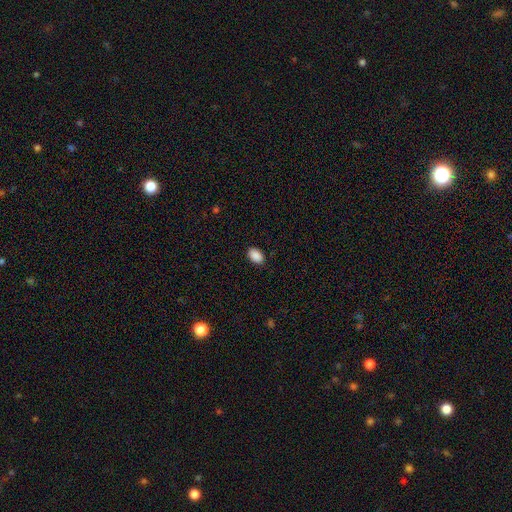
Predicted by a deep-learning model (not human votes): Smooth or featured: smooth — 90% (star or artifact — 7%)
How rounded: in between — 89% (round — 10%)
Merging: none — 88% (minor disturbance — 9%)